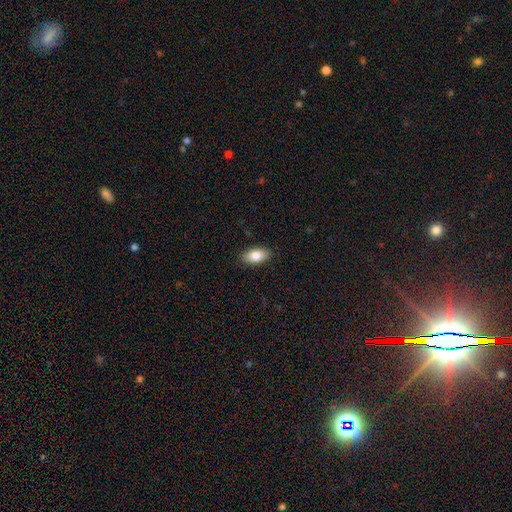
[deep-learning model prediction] This appears to be a smooth galaxy with no disk features (83%) that is in between round and cigar-shaped (93%). Merging: none (89%).